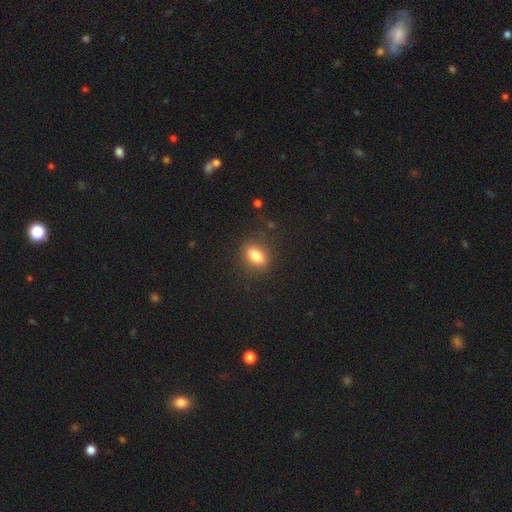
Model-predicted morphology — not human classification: Smooth or featured?
  - smooth: 80% *
  - featured or disk: 10%
  - star or artifact: 10%
How rounded?
  - in between: 79% *
  - round: 14%
  - cigar-shaped: 8%
Merging?
  - none: 85% *
  - minor disturbance: 10%
  - major disturbance: 4%
  - merger: 1%